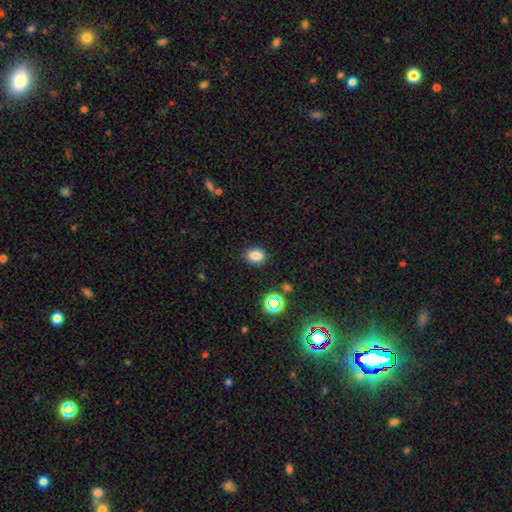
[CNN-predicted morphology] Q: Smooth or featured?
A: smooth (81%); runner-up: star or artifact (14%)
Q: How rounded?
A: in between (61%); runner-up: round (38%)
Q: Merging?
A: none (86%); runner-up: minor disturbance (9%)